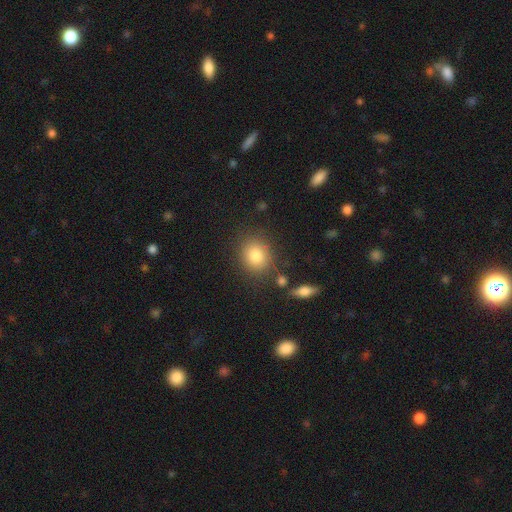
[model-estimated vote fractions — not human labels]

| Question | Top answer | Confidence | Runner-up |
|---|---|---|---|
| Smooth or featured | smooth | 82% | star or artifact (10%) |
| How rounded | round | 67% | in between (31%) |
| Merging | none | 82% | minor disturbance (10%) |